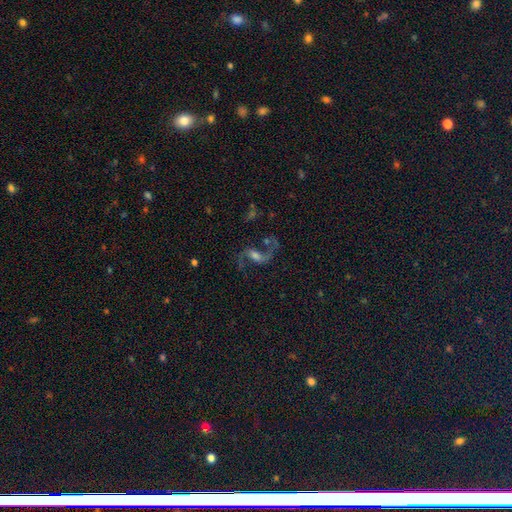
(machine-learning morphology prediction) smooth_or_featured: featured or disk (p=0.82) [alt: star or artifact p=0.10]
disk_edge_on: no (p=0.97) [alt: yes p=0.03]
bar: weak (p=0.46) [alt: no p=0.31]
has_spiral_arms: yes (p=0.95) [alt: no p=0.05]
spiral_winding: loose (p=0.76) [alt: medium p=0.21]
spiral_arm_count: 2 (p=0.90) [alt: 1 p=0.05]
bulge_size: moderate (p=0.47) [alt: small p=0.29]
merging: none (p=0.64) [alt: major disturbance p=0.17]